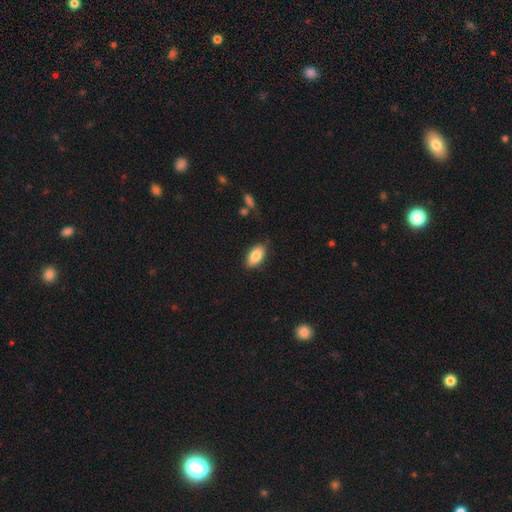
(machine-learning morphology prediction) Overall: smooth (83%). How rounded: in between (92%). Merging: none (83%).